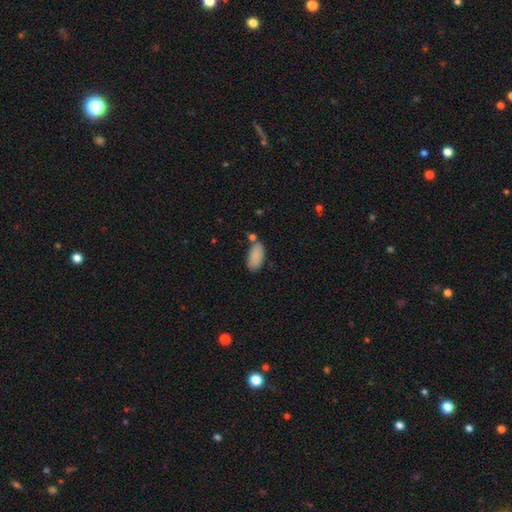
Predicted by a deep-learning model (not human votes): A smooth galaxy with no disk features (87%) that is in between round and cigar-shaped (91%). Merging: none (65%).